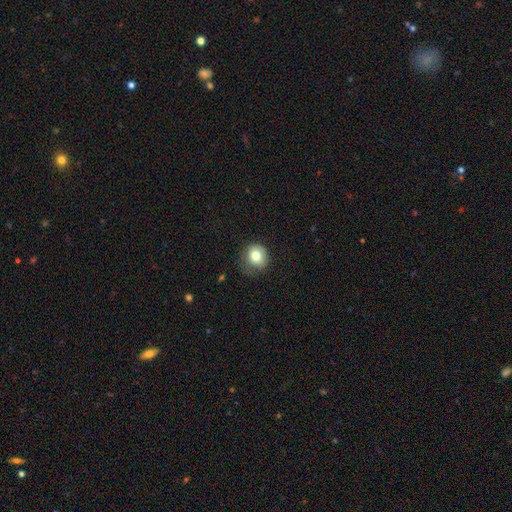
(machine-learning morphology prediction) Smooth or featured: smooth — 77% (featured or disk — 12%)
How rounded: round — 83% (in between — 16%)
Merging: none — 64% (minor disturbance — 25%)